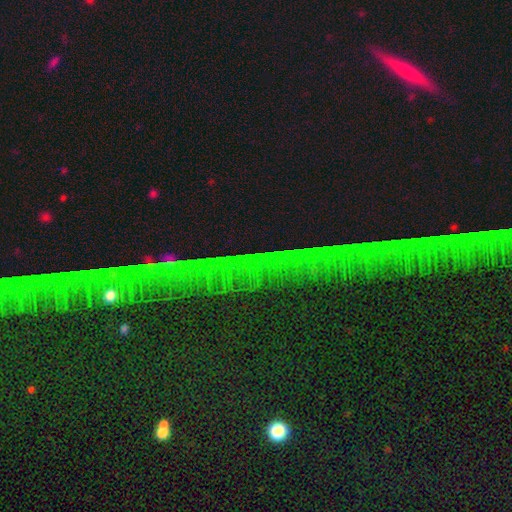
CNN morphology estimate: Smooth or featured: star or artifact — 80% (featured or disk — 11%)